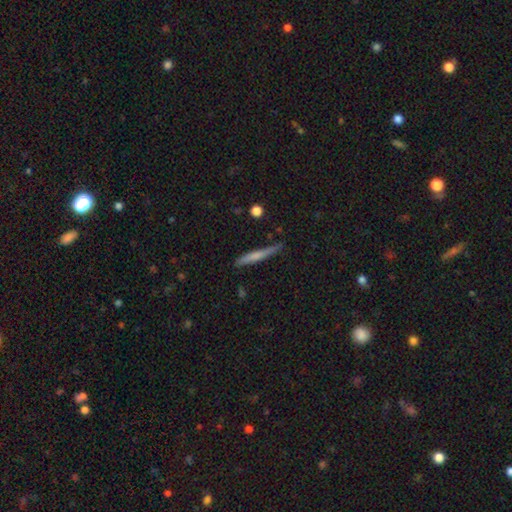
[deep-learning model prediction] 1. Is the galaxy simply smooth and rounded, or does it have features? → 58% smooth, 35% featured or disk, 6% star or artifact.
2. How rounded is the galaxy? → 95% cigar-shaped, 3% in between, 2% round.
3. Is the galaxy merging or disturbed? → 82% none, 13% minor disturbance, 2% major disturbance, 2% merger.